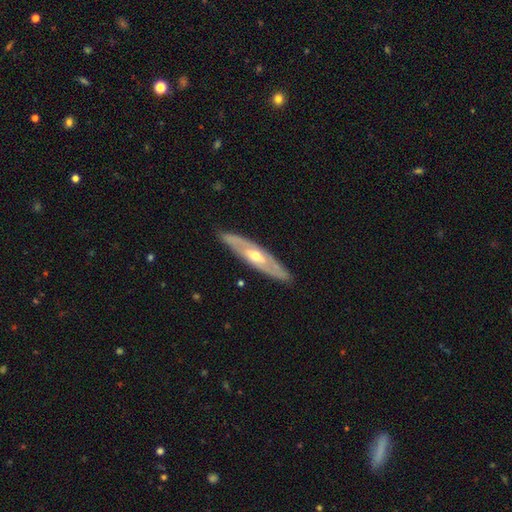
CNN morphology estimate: Smooth or featured: featured or disk — 73% (smooth — 22%)
Edge-on disk: no — 55% (yes — 45%)
Merging: none — 86% (minor disturbance — 10%)